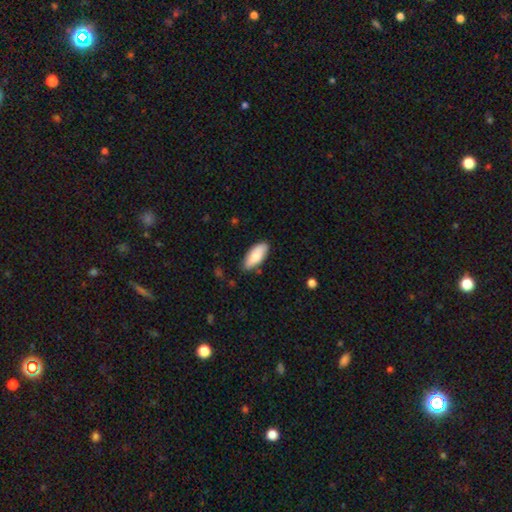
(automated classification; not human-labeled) This is clearly a smooth galaxy (82%). How rounded: clearly in between (85%). Merging: clearly none (82%).